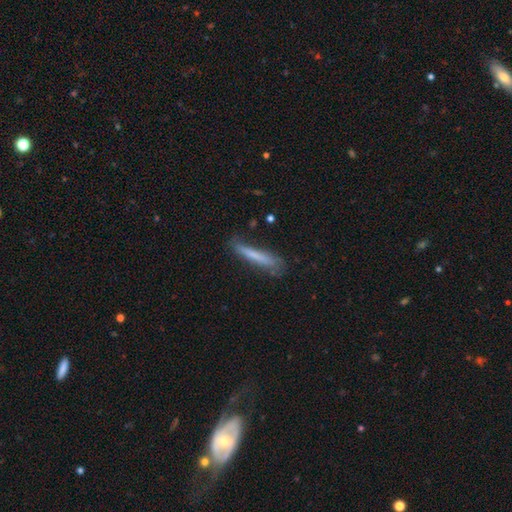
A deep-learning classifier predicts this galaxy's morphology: Smooth or featured: smooth — 68% (featured or disk — 25%)
How rounded: cigar-shaped — 94% (in between — 5%)
Merging: none — 70% (minor disturbance — 22%)